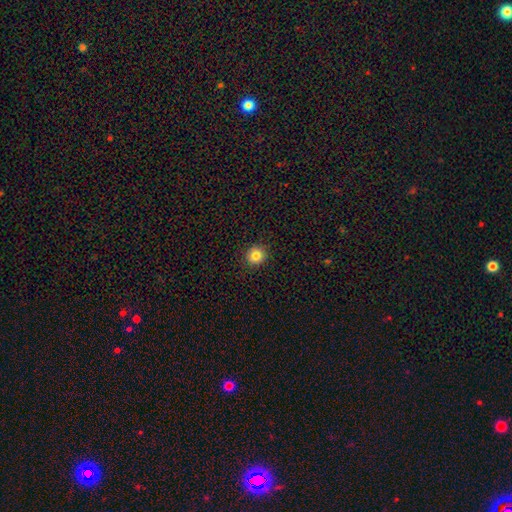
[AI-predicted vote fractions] Overall: smooth (83%). How rounded: round (90%). Merging: none (91%).